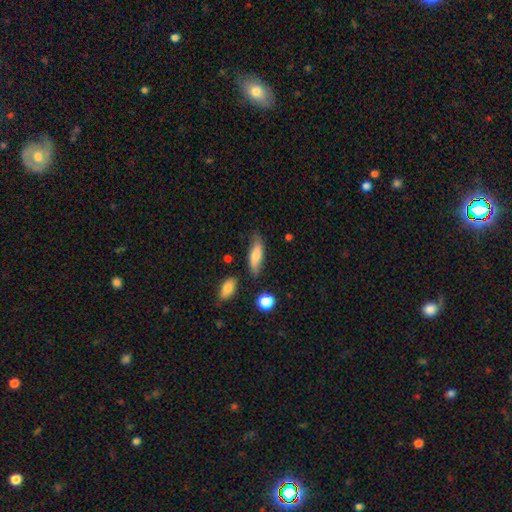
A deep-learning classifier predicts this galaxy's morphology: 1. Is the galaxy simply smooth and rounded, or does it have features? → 70% smooth, 22% featured or disk, 7% star or artifact.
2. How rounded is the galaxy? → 52% in between, 45% cigar-shaped, 3% round.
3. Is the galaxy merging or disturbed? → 73% none, 19% minor disturbance, 4% major disturbance, 4% merger.